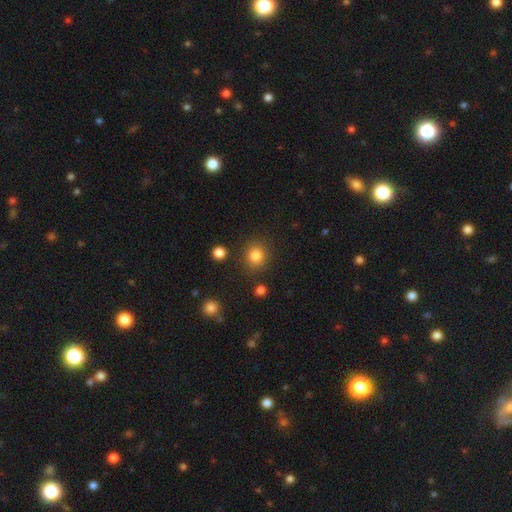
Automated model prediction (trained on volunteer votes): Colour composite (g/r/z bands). It shows a smooth galaxy with no disk features (84%) that is round (85%). Merging: none (85%).